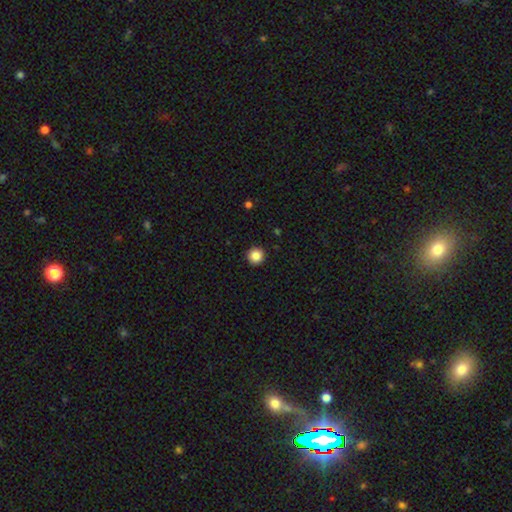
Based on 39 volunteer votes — Smooth or featured? 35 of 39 (90%) said smooth. How rounded? 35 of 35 (100%) said round. Merging? 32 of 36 (89%) said none.